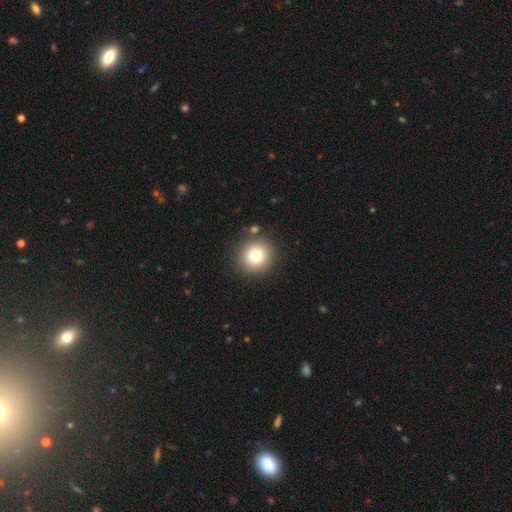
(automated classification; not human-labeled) smooth-or-featured: smooth: 80% | star or artifact: 11% | featured or disk: 9%
  how-rounded: round: 92% | in between: 7% | cigar-shaped: 1%
  merging: none: 87% | minor disturbance: 7% | merger: 3% | major disturbance: 3%